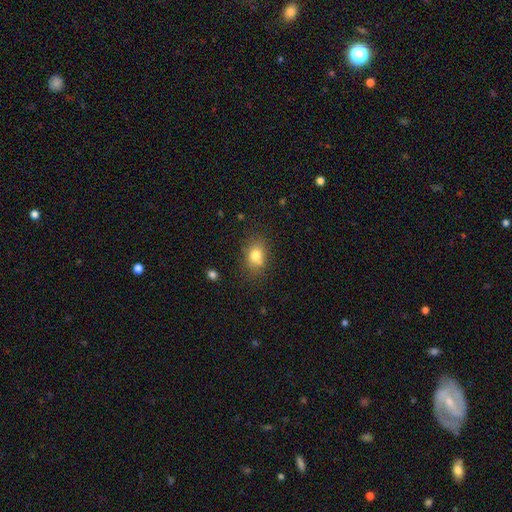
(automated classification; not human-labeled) A smooth galaxy with no disk features (77%) that is in between round and cigar-shaped (57%).

Vote fractions:
- Smooth or featured? smooth: 77% / star or artifact: 11% / featured or disk: 11%
- How rounded? in between: 57% / round: 42% / cigar-shaped: 1%
- Merging? none: 68% / minor disturbance: 18% / merger: 9% / major disturbance: 5%